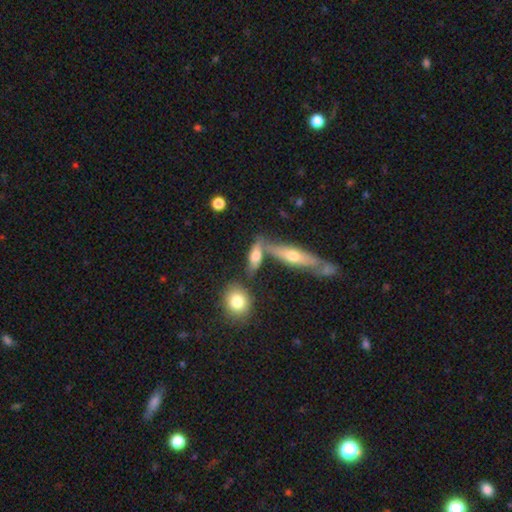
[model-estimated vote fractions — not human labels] Overall: smooth (62%; featured or disk 29%). How rounded: in between (60%; cigar-shaped 32%). Merging: none (53%; merger 28%).